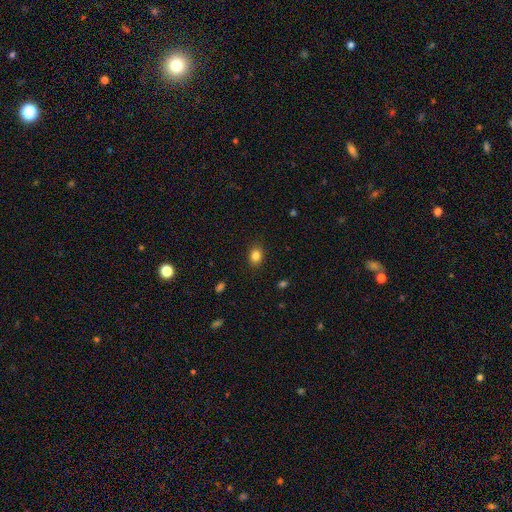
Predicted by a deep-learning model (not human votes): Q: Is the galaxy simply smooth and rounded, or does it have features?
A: smooth — 84%.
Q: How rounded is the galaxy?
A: in between — 56%.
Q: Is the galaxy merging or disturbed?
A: none — 87%.